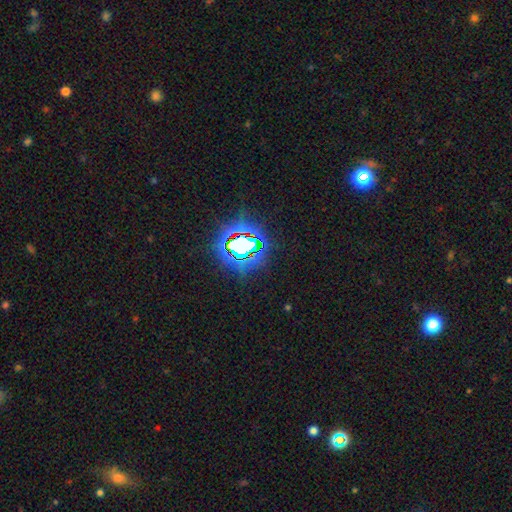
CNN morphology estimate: This appears to be a star or artifact, not a galaxy (83%).